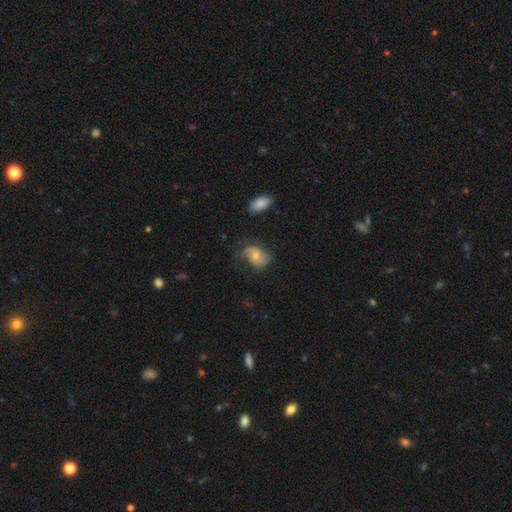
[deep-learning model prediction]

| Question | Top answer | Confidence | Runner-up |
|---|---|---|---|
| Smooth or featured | smooth | 49% | featured or disk (43%) |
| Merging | none | 49% | minor disturbance (29%) |